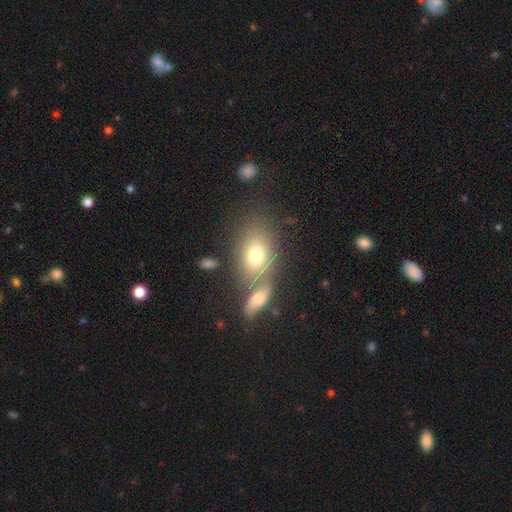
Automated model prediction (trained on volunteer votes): smooth-or-featured: smooth: 72% | featured or disk: 18% | star or artifact: 9%
  how-rounded: in between: 81% | round: 16% | cigar-shaped: 2%
  merging: none: 48% | merger: 35% | minor disturbance: 12% | major disturbance: 6%